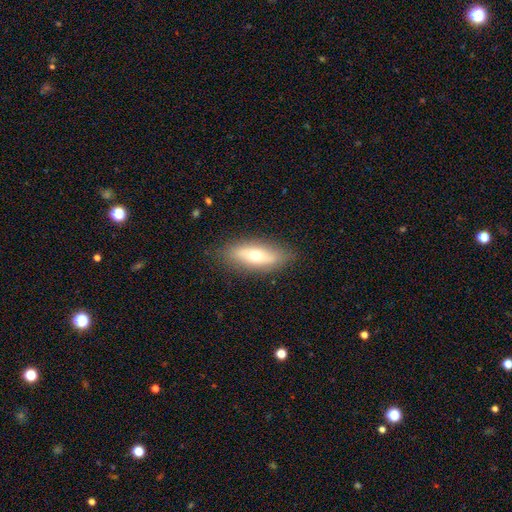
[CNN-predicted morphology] The model was most divided on "smooth or featured": smooth: 54%, featured or disk: 38%, star or artifact: 8%. More confident: merging — none (85%); how rounded — in between (64%).